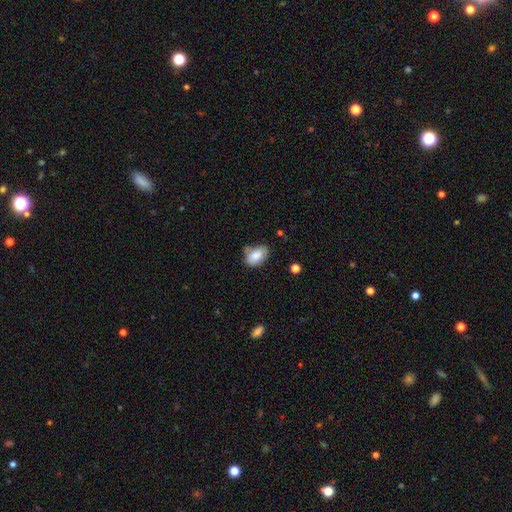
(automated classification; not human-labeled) The model was most divided on "merging": none: 56%, minor disturbance: 29%, merger: 7%, major disturbance: 7%. More confident: how rounded — in between (88%); smooth or featured — smooth (83%).